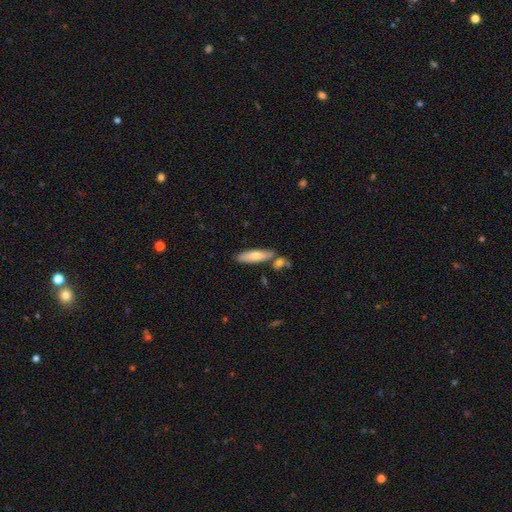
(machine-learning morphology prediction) A smooth galaxy with no disk features (67%) that is cigar-shaped (67%). Merging: none (72%).